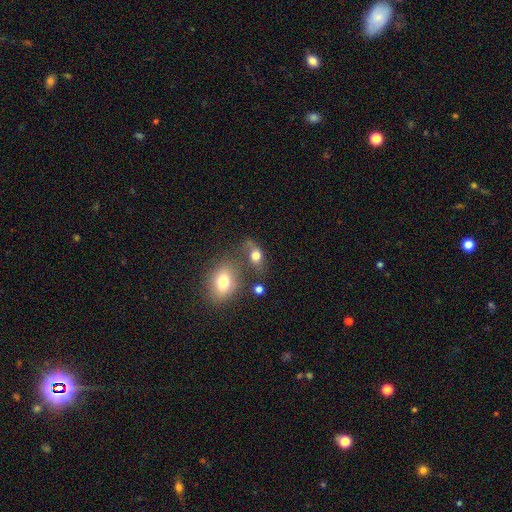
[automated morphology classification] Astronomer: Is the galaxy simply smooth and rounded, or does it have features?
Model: smooth — 74%.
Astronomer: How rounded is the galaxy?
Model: in between — 66%.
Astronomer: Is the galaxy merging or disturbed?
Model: none — 41% (runner-up: merger, 27%).